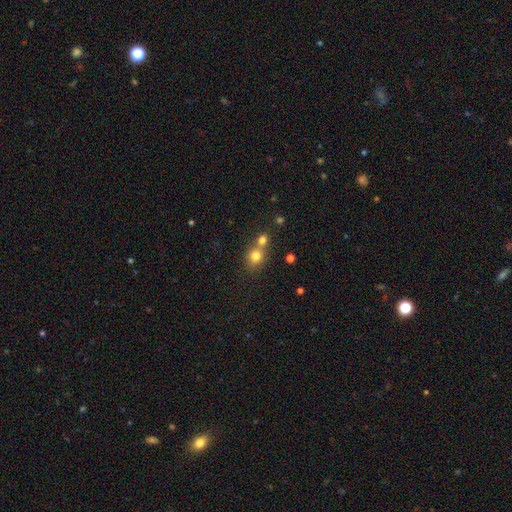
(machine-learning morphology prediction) Q: Smooth or featured?
A: smooth (78%); runner-up: star or artifact (13%)
Q: How rounded?
A: round (76%); runner-up: in between (23%)
Q: Merging?
A: none (45%); tied with: merger (45%)